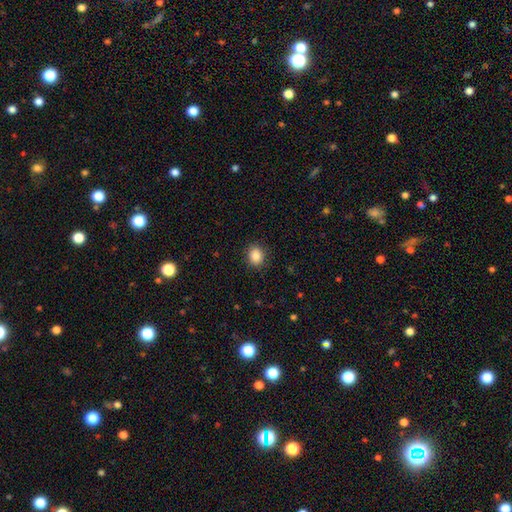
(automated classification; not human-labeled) smooth-or-featured: smooth: 87% | star or artifact: 9% | featured or disk: 4%
  how-rounded: round: 55% | in between: 44% | cigar-shaped: 1%
  merging: none: 88% | minor disturbance: 8% | major disturbance: 3% | merger: 1%